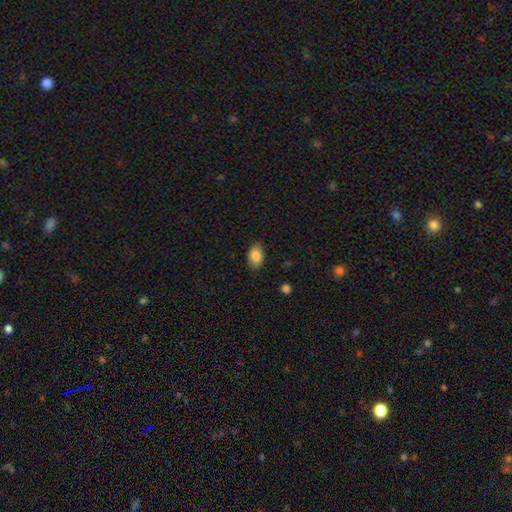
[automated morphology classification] Q: Smooth or featured?
A: smooth (86%); runner-up: star or artifact (8%)
Q: How rounded?
A: in between (83%); runner-up: round (16%)
Q: Merging?
A: none (85%); runner-up: minor disturbance (11%)